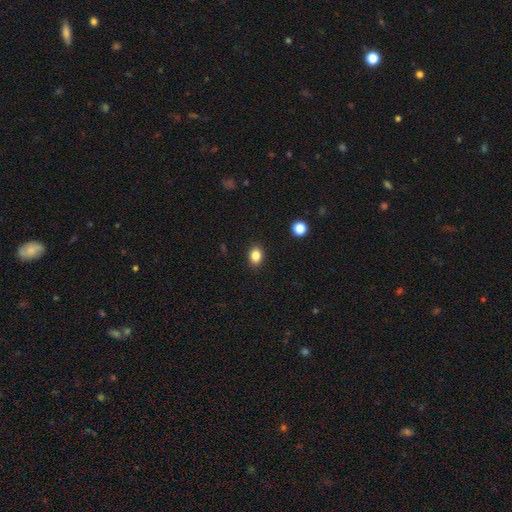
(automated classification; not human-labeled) Overall: smooth (84%). How rounded: in between (70%). Merging: none (89%).